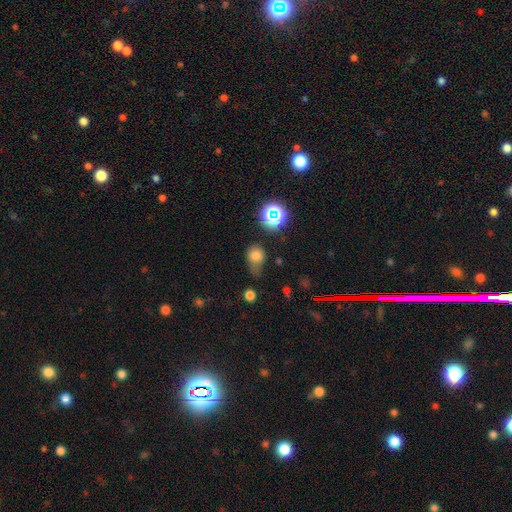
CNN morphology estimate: Smooth or featured? Predicted: smooth (p=0.74). How rounded? Predicted: round (p=0.53). Merging? Predicted: minor disturbance (p=0.36, tied with none).